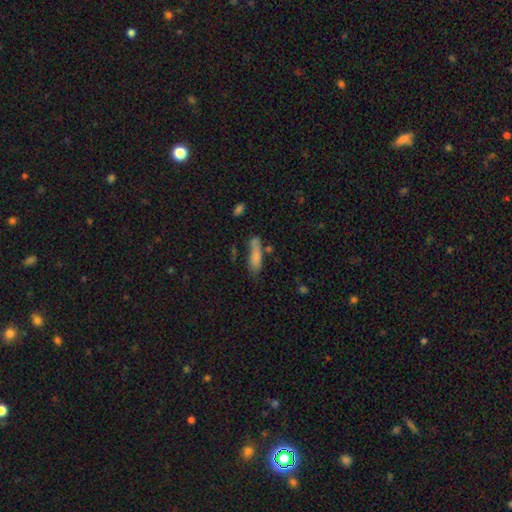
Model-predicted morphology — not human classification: The model was most divided on "how rounded": cigar-shaped: 50%, in between: 47%, round: 3%. Remaining: smooth or featured — smooth (77%); merging — none (47%).